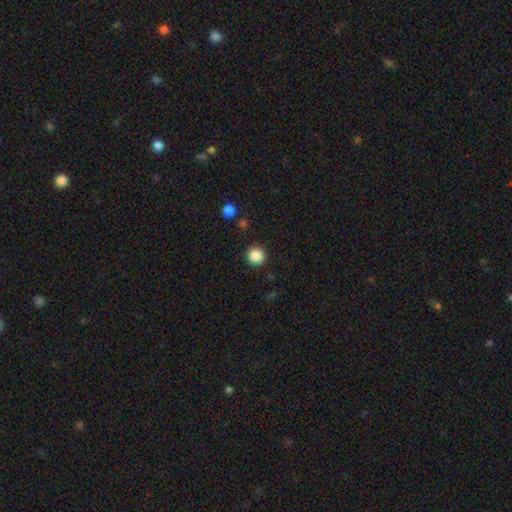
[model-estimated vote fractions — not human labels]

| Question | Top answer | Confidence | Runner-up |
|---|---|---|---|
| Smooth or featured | smooth | 87% | star or artifact (10%) |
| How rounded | round | 95% | in between (4%) |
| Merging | none | 91% | minor disturbance (6%) |